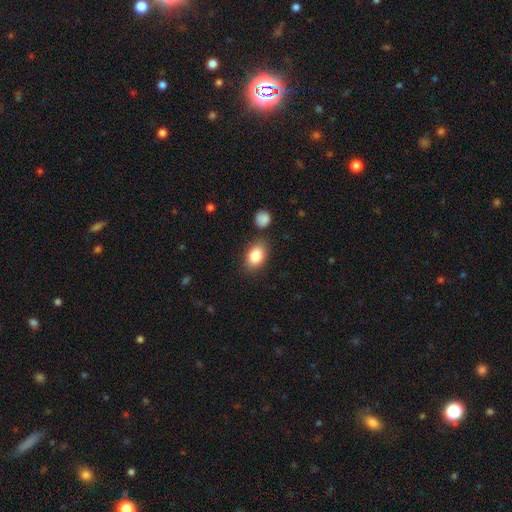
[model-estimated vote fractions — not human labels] This is clearly a smooth galaxy (85%). How rounded: clearly in between (88%). Merging: likely none (79%).